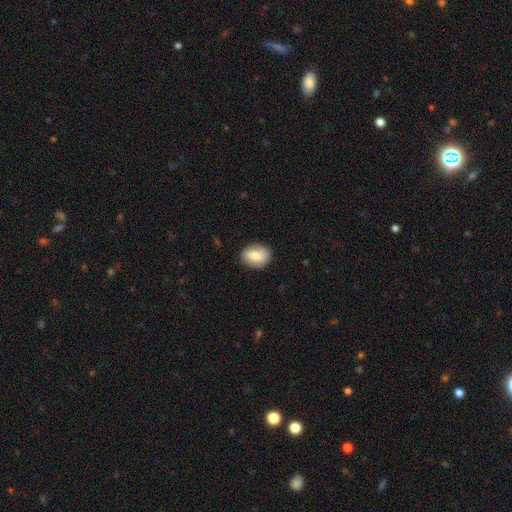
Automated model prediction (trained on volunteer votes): Smooth or featured?
  - smooth: 70% *
  - featured or disk: 23%
  - star or artifact: 7%
How rounded?
  - in between: 59% *
  - round: 39%
  - cigar-shaped: 1%
Merging?
  - none: 84% *
  - minor disturbance: 12%
  - major disturbance: 3%
  - merger: 1%